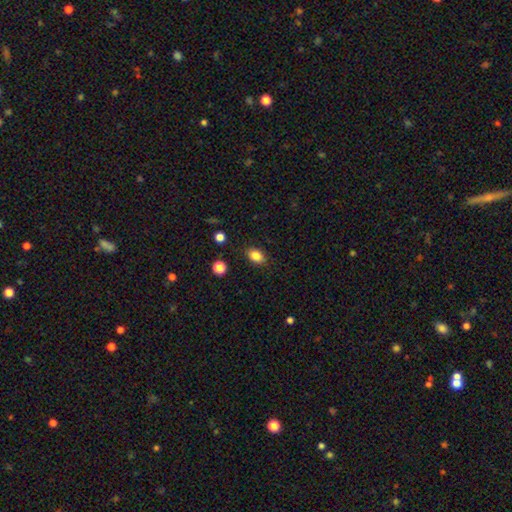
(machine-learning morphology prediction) type=smooth (84%); roundness=in between (79%); merging=none (85%).